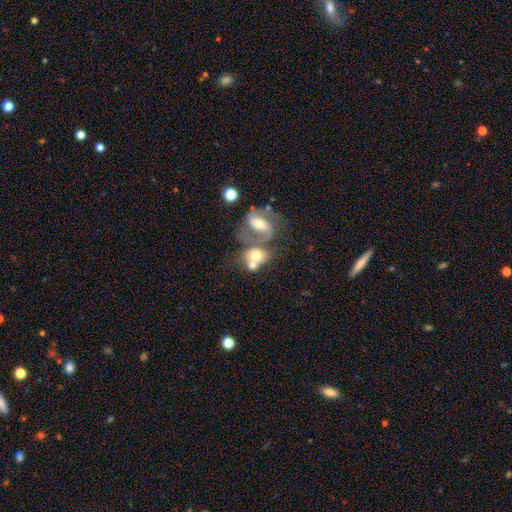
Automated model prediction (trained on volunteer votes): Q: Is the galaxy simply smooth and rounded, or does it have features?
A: smooth — 47%.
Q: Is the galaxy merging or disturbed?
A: merger — 59%.